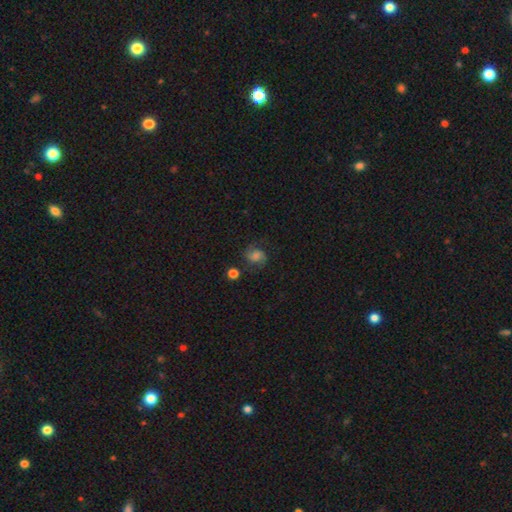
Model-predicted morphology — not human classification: Smooth or featured?
  - featured or disk: 62% *
  - smooth: 26%
  - star or artifact: 12%
Edge-on disk?
  - no: 98% *
  - yes: 2%
Bar?
  - no: 60% *
  - weak: 34%
  - strong: 7%
Spiral arms?
  - yes: 94% *
  - no: 6%
Spiral winding?
  - medium: 51% *
  - loose: 29%
  - tight: 20%
Spiral arm count?
  - 2: 89% *
  - can't tell: 5%
  - 1: 2%
  - 3: 2%
  - 4: 1%
  - more than 4: 1%
Bulge size?
  - moderate: 32% *
  - small: 31%
  - none: 20%
  - large: 14%
  - dominant: 3%
Merging?
  - none: 73% *
  - minor disturbance: 16%
  - major disturbance: 8%
  - merger: 3%